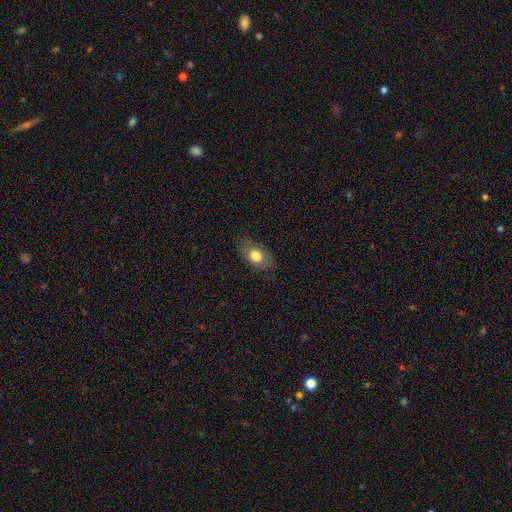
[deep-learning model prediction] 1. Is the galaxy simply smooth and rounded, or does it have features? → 75% smooth, 17% featured or disk, 8% star or artifact.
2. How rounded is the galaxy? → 79% in between, 19% round, 2% cigar-shaped.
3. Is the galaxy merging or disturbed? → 78% none, 16% minor disturbance, 6% major disturbance, 1% merger.